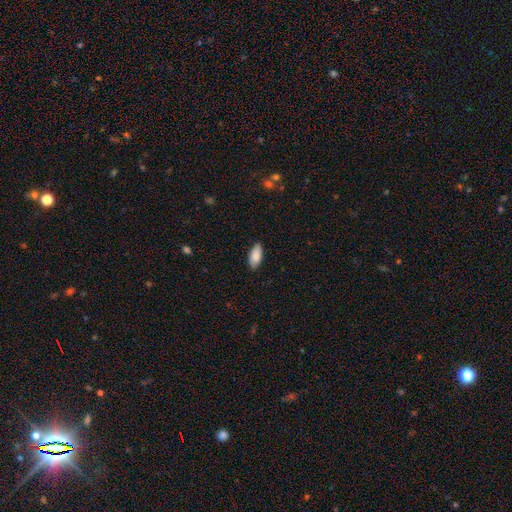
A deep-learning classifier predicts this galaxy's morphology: smooth-or-featured: smooth: 87% | featured or disk: 7% | star or artifact: 6%
  how-rounded: in between: 87% | cigar-shaped: 11% | round: 2%
  merging: none: 84% | minor disturbance: 13% | major disturbance: 2% | merger: 1%